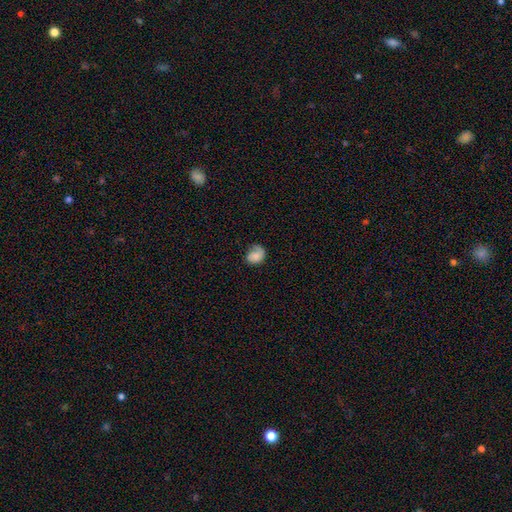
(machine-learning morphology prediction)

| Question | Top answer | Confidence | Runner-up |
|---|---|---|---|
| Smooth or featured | smooth | 64% | featured or disk (27%) |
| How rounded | round | 55% | in between (44%) |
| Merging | none | 52% | minor disturbance (29%) |